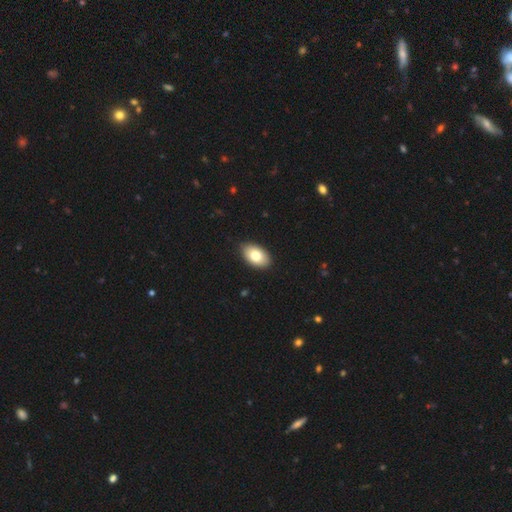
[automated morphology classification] Overall: smooth (80%). How rounded: in between (93%). Merging: none (87%).